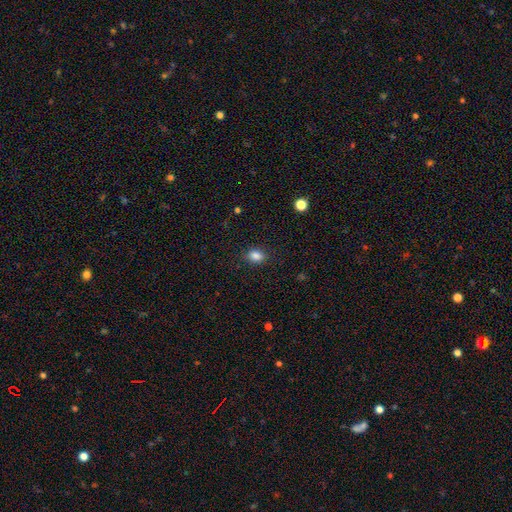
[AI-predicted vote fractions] Smooth or featured?
  - smooth: 85% *
  - star or artifact: 10%
  - featured or disk: 4%
How rounded?
  - in between: 61% *
  - round: 38%
  - cigar-shaped: 1%
Merging?
  - none: 86% *
  - minor disturbance: 10%
  - major disturbance: 3%
  - merger: 1%